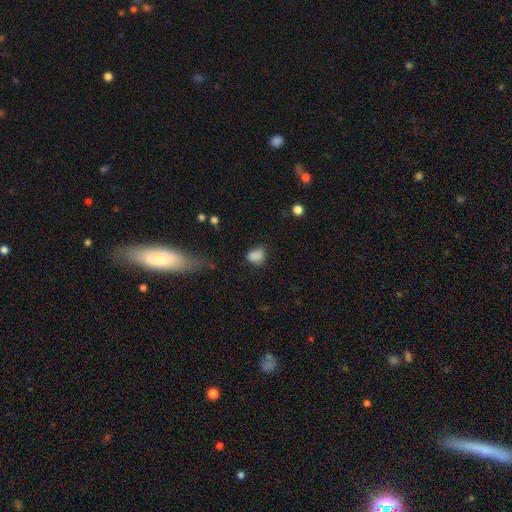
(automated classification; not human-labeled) Morphology: type=smooth (82%); roundness=in between (69%); merging=none (54%).